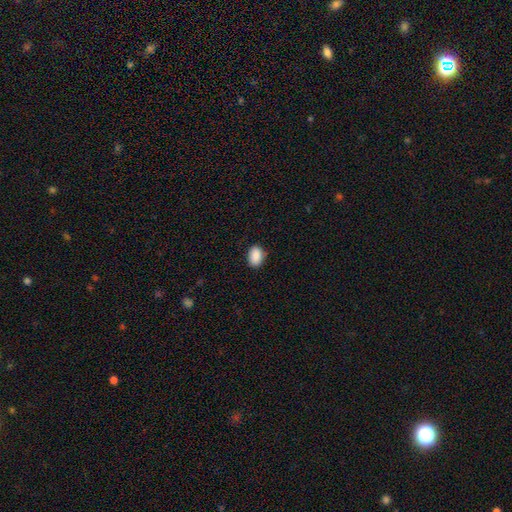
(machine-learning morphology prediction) The model was most divided on "how rounded": in between: 81%, round: 18%, cigar-shaped: 1%. More confident: smooth or featured — smooth (90%); merging — none (85%).